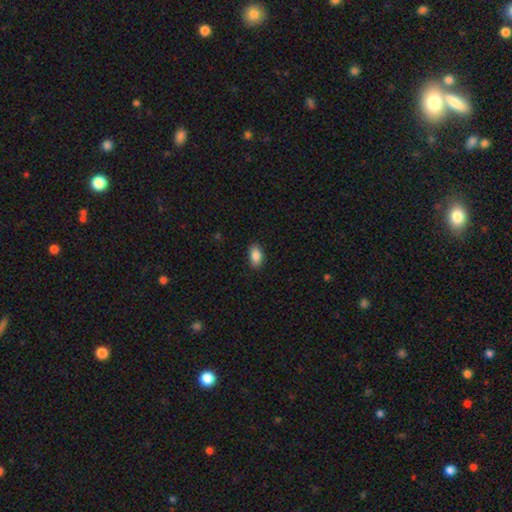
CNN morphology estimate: A smooth galaxy with no disk features (88%) that is in between round and cigar-shaped (91%).

Vote fractions:
- Smooth or featured? smooth: 88% / star or artifact: 8% / featured or disk: 5%
- How rounded? in between: 91% / round: 7% / cigar-shaped: 2%
- Merging? none: 87% / minor disturbance: 10% / major disturbance: 2% / merger: 1%